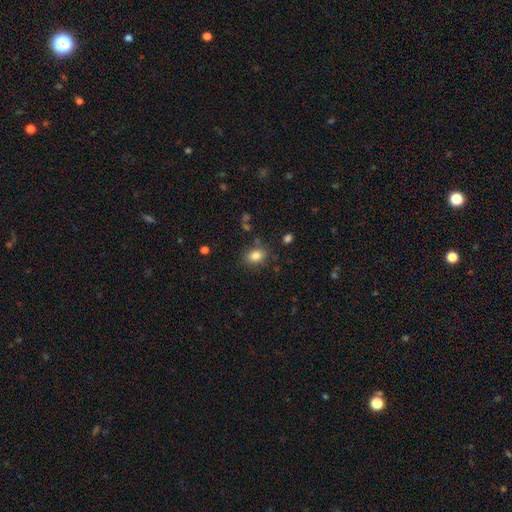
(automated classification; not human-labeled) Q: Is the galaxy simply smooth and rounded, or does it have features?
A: smooth — 83%.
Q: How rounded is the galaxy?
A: in between — 72%.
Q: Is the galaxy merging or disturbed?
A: none — 79%.